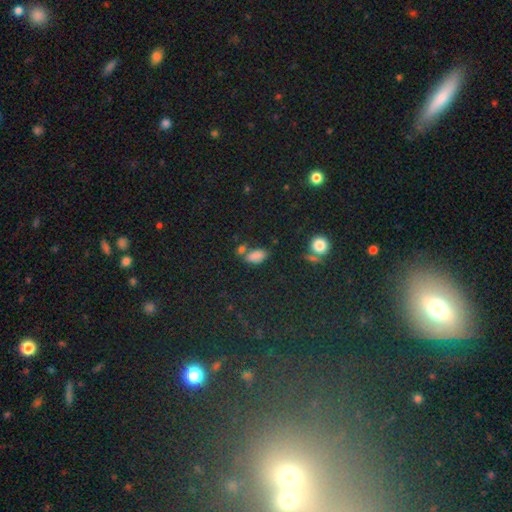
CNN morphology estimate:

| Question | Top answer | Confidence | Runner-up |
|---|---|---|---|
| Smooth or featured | smooth | 75% | star or artifact (18%) |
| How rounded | in between | 90% | round (6%) |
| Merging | none | 55% | merger (22%) |